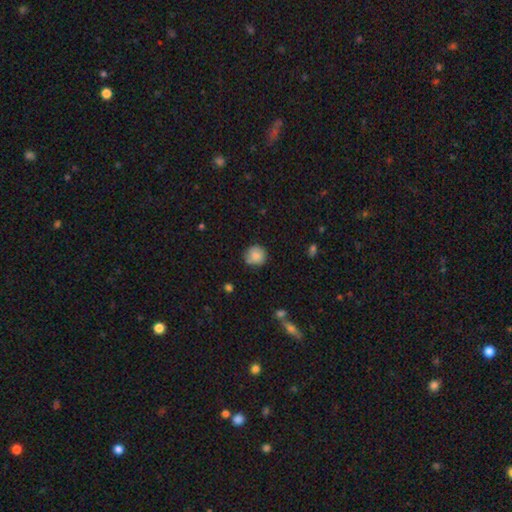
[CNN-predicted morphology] Smooth or featured?
  - smooth: 80% *
  - featured or disk: 11%
  - star or artifact: 8%
How rounded?
  - round: 88% *
  - in between: 11%
  - cigar-shaped: 1%
Merging?
  - none: 76% *
  - minor disturbance: 19%
  - major disturbance: 4%
  - merger: 2%